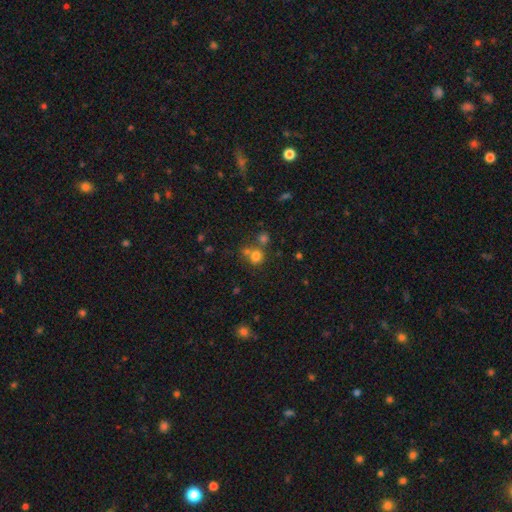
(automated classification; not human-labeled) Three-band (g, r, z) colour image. It shows a smooth galaxy with no disk features (73%) that is round (85%). Merging: none (53%).